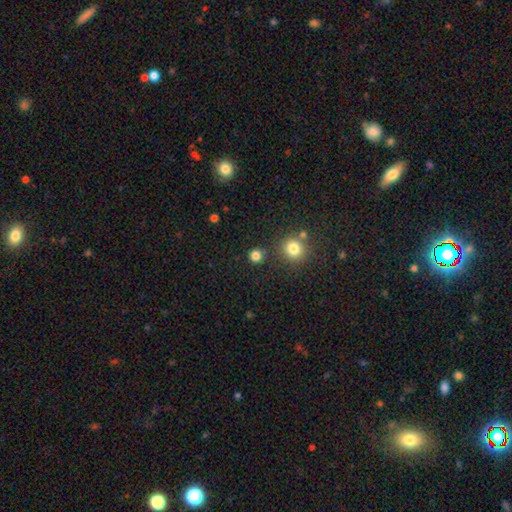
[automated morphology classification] type=smooth (81%); roundness=round (93%); merging=none (85%).